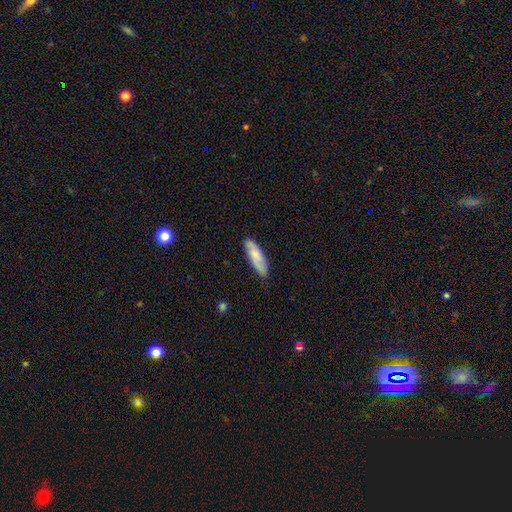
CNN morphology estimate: Overall: smooth (72%). How rounded: in between (49%, tied with cigar-shaped). Merging: none (82%).